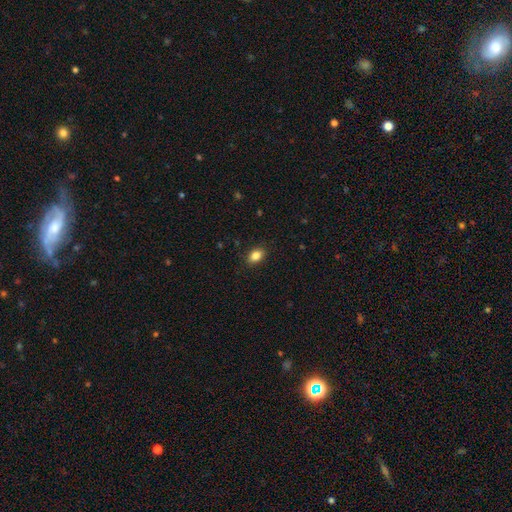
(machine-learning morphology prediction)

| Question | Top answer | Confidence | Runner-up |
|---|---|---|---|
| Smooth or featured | smooth | 85% | star or artifact (9%) |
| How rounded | in between | 82% | round (17%) |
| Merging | none | 88% | minor disturbance (9%) |